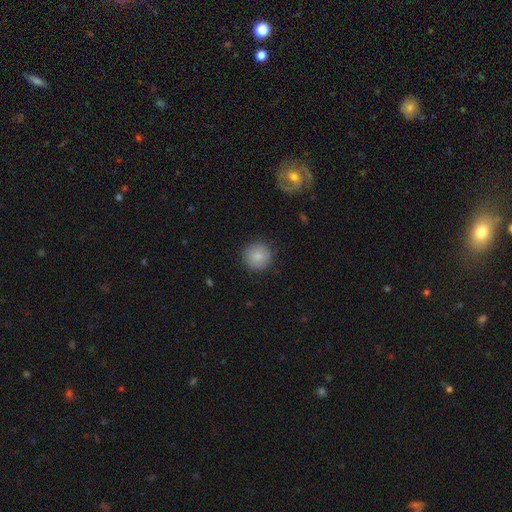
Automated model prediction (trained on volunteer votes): Q: Smooth or featured?
A: smooth (84%); runner-up: star or artifact (8%)
Q: How rounded?
A: round (95%); runner-up: in between (4%)
Q: Merging?
A: none (90%); runner-up: minor disturbance (7%)